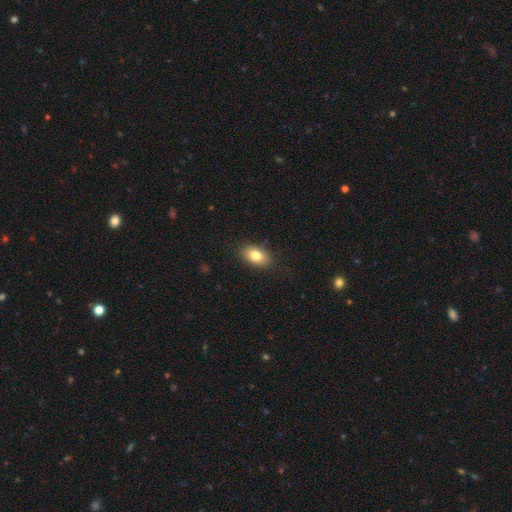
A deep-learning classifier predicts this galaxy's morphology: This is likely a smooth galaxy (80%). How rounded: clearly in between (87%). Merging: clearly none (85%).